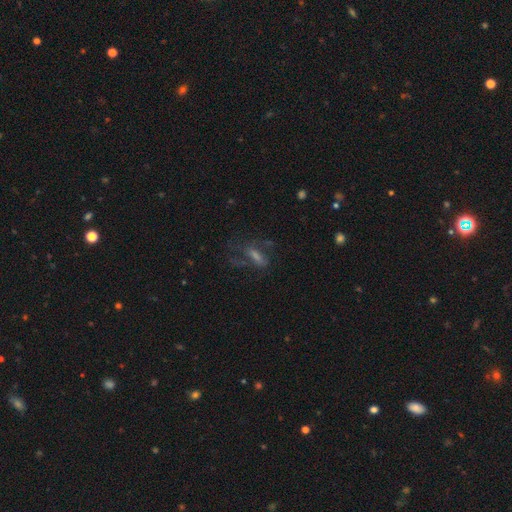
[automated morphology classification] This is possibly a featured or disk galaxy (49%). Merging: possibly none (51%).